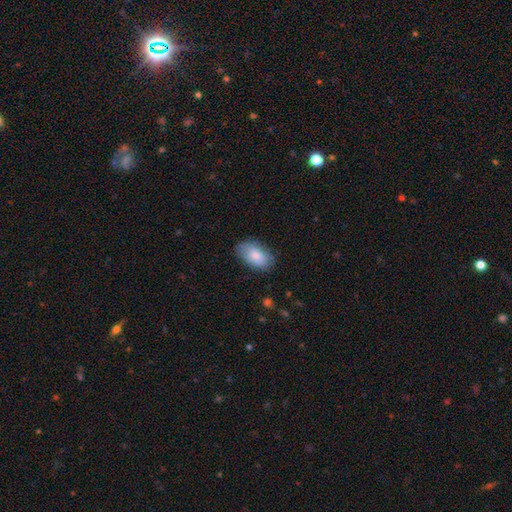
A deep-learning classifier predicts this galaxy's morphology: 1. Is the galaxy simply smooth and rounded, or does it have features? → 80% smooth, 14% featured or disk, 6% star or artifact.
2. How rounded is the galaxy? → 93% in between, 6% round, 2% cigar-shaped.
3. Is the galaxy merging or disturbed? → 77% none, 18% minor disturbance, 4% major disturbance, 1% merger.